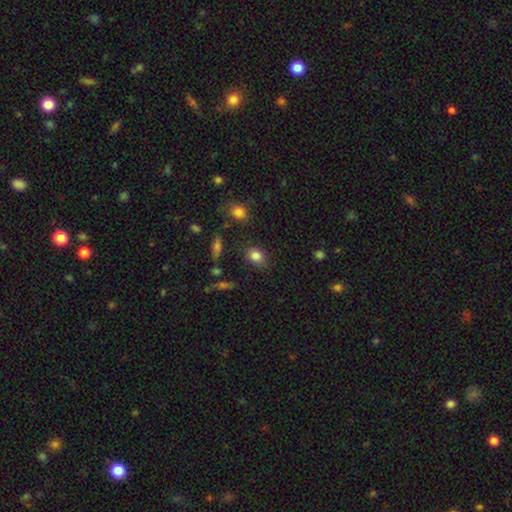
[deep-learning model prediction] Morphology: type=smooth (83%); roundness=in between (55%); merging=none (77%).